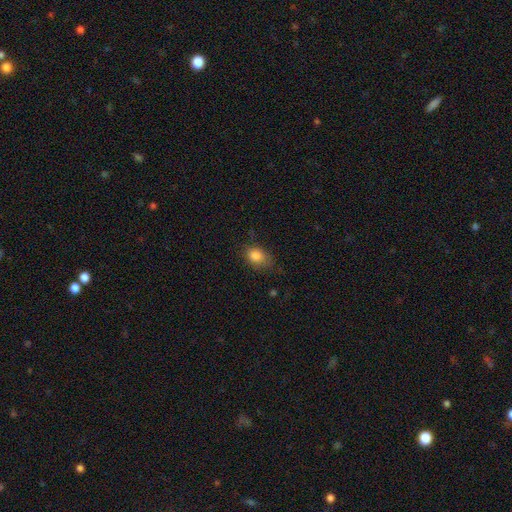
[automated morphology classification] smooth 84%, star or artifact 10%, featured or disk 6%. Down the decision tree: how rounded — in between (61%); merging — none (66%).